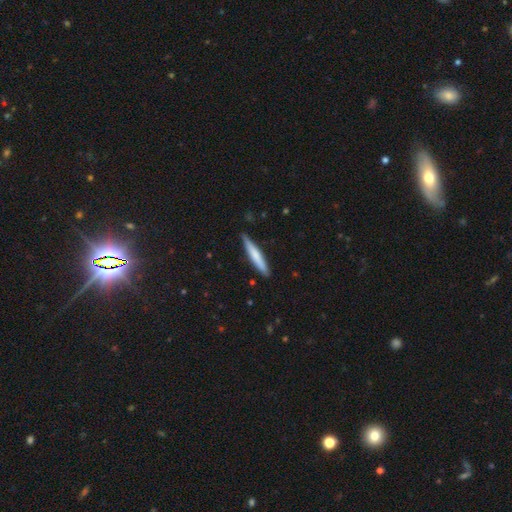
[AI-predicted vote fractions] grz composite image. It shows a smooth galaxy with no disk features (66%) that is cigar-shaped (93%). Merging: none (86%).